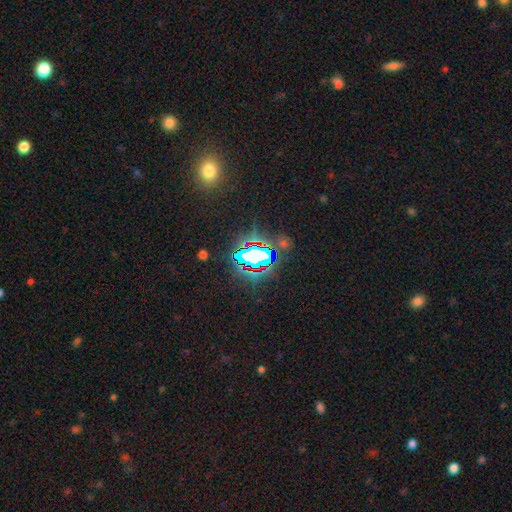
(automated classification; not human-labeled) A star or artifact, not a galaxy (71%).